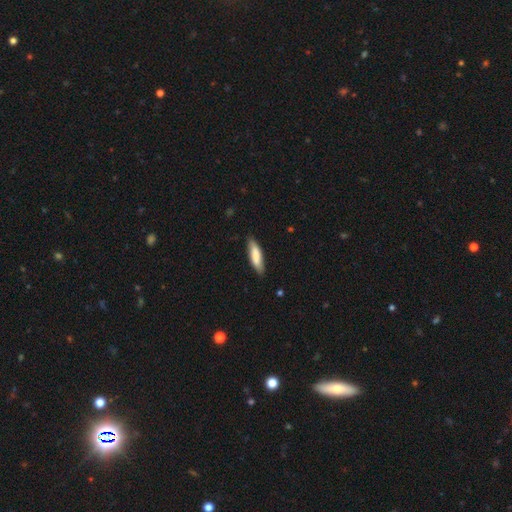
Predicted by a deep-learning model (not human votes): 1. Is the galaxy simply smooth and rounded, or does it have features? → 78% smooth, 17% featured or disk, 5% star or artifact.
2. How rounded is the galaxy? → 60% cigar-shaped, 39% in between, 1% round.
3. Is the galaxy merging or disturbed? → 82% none, 15% minor disturbance, 2% major disturbance, 1% merger.